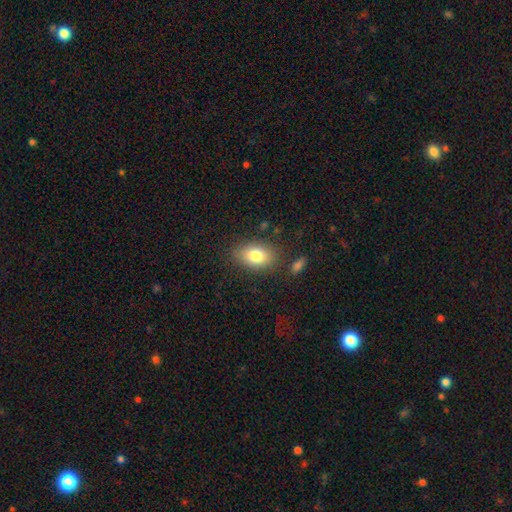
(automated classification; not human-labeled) A smooth galaxy with no disk features (80%) that is in between round and cigar-shaped (83%). Merging: none (79%).